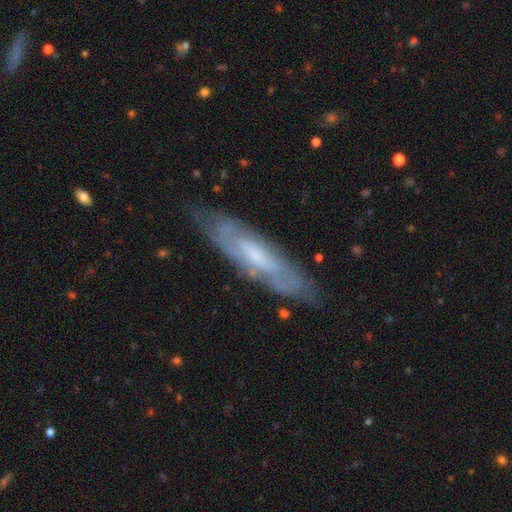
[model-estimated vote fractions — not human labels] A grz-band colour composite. It shows a featured or disk galaxy (65%). Merging: none (76%).